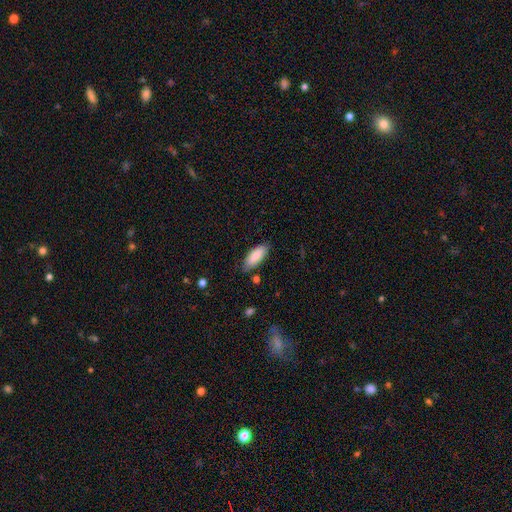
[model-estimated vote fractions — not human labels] Smooth or featured? Predicted: smooth (p=0.86). How rounded? Predicted: in between (p=0.77). Merging? Predicted: none (p=0.81).